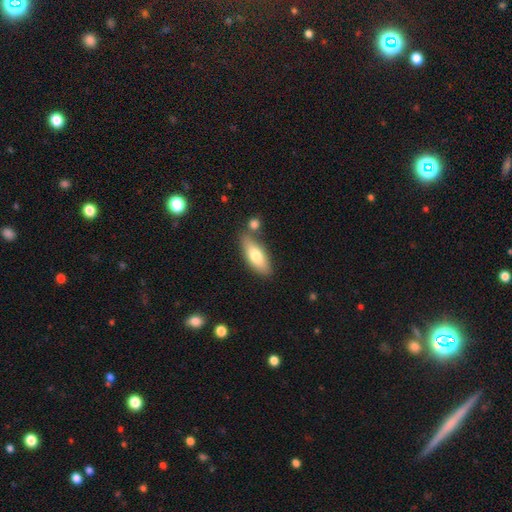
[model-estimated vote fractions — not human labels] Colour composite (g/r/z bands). It shows a smooth galaxy with no disk features (73%) that is in between round and cigar-shaped (71%). Merging: none (69%).